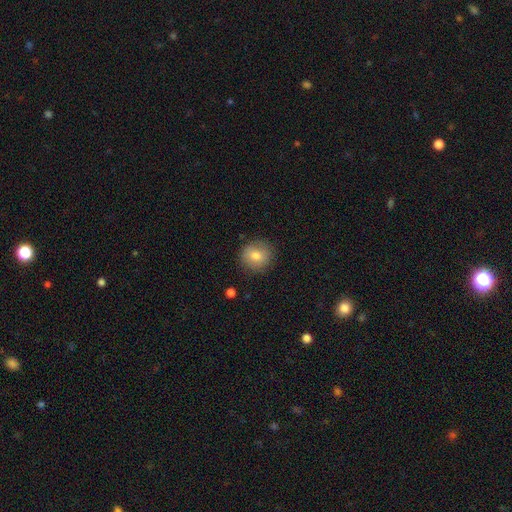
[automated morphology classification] smooth_or_featured: smooth (p=0.76) [alt: featured or disk p=0.14]
how_rounded: round (p=0.89) [alt: in between p=0.10]
merging: none (p=0.87) [alt: minor disturbance p=0.10]